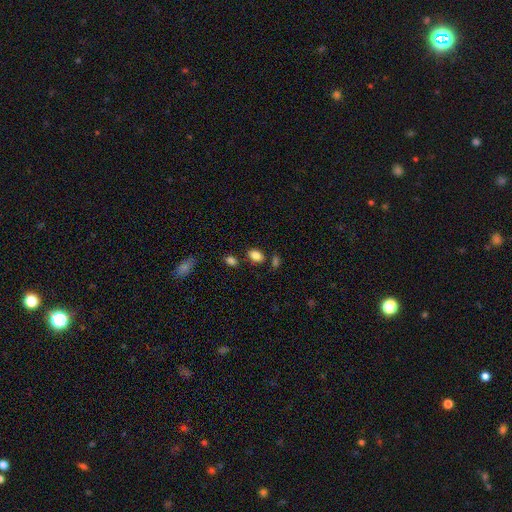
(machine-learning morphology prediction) smooth 85%, star or artifact 10%, featured or disk 5%. Down the decision tree: how rounded — in between (82%); merging — none (75%).